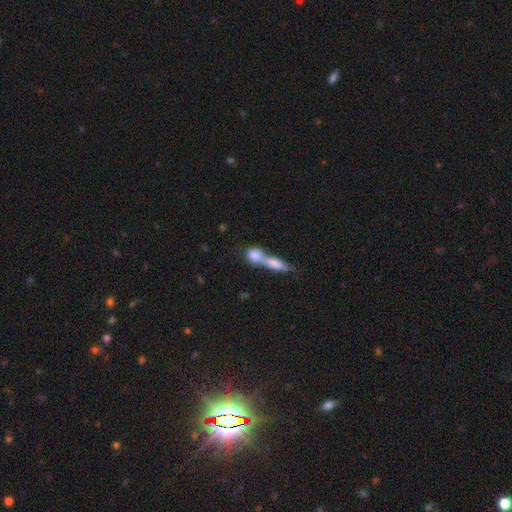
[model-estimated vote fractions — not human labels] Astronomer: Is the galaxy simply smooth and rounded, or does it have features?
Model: smooth — 74%.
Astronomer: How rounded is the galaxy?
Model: in between — 41% (runner-up: round, 33%).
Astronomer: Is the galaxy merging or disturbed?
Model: merger — 70%.